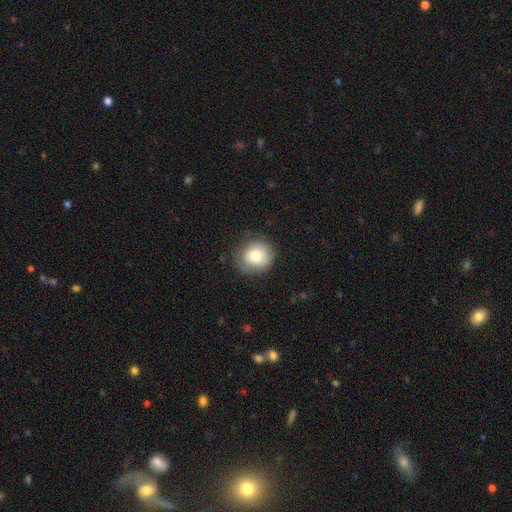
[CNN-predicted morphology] A smooth galaxy with no disk features (77%) that is round (85%). Merging: none (72%).